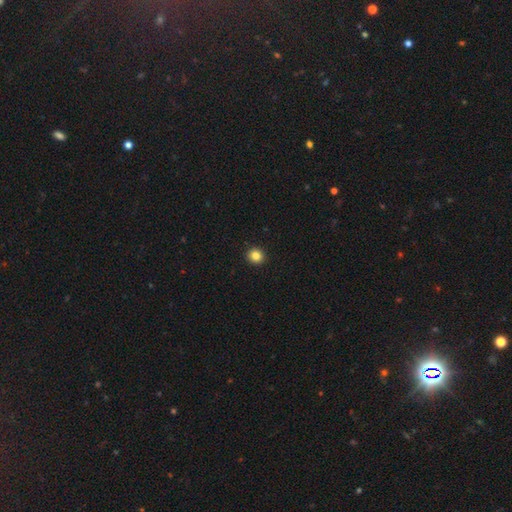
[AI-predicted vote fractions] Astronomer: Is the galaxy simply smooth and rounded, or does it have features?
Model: smooth — 84%.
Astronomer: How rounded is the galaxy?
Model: round — 90%.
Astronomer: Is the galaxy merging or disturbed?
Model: none — 93%.